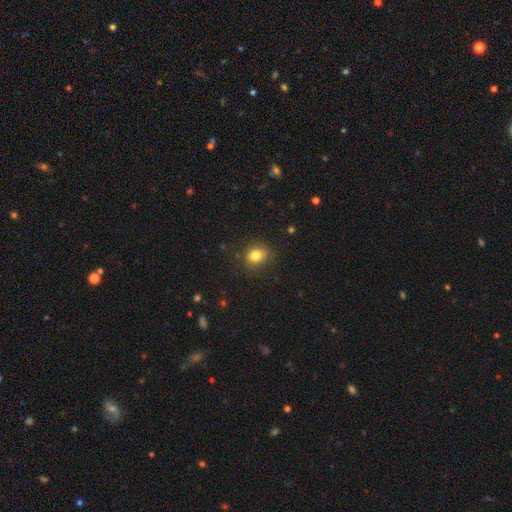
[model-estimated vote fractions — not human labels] This appears to be a smooth galaxy with no disk features (80%) that is round (58%). Merging: none (80%).